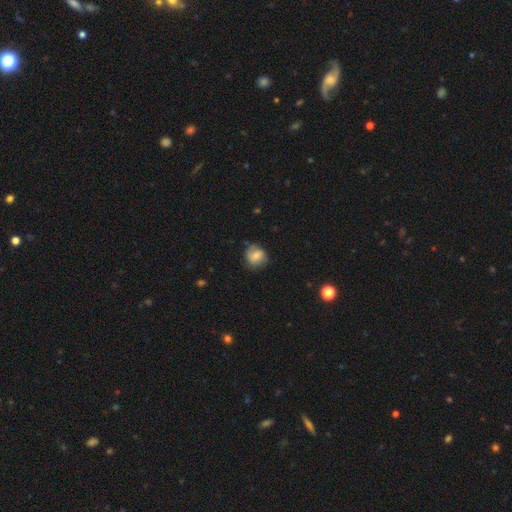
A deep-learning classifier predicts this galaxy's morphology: This appears to be a smooth galaxy with no disk features (65%) that is round (81%). Merging: none (70%).